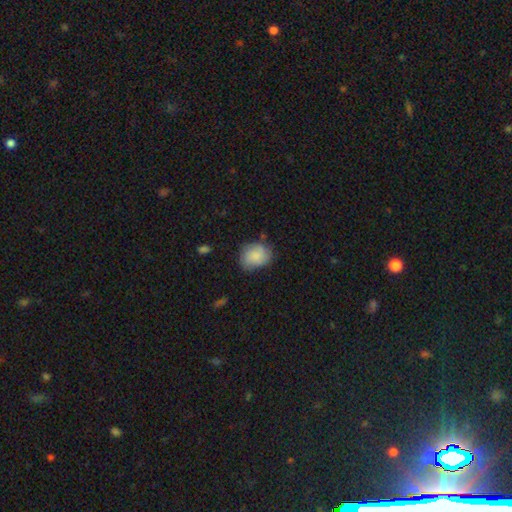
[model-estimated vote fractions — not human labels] Smooth or featured? Predicted: smooth (p=0.80). How rounded? Predicted: in between (p=0.50). Merging? Predicted: none (p=0.66).